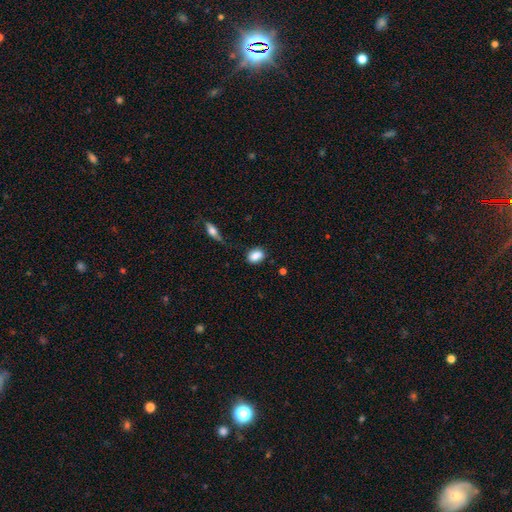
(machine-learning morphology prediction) This appears to be a smooth galaxy with no disk features (86%) that is in between round and cigar-shaped (78%). Merging: none (78%).